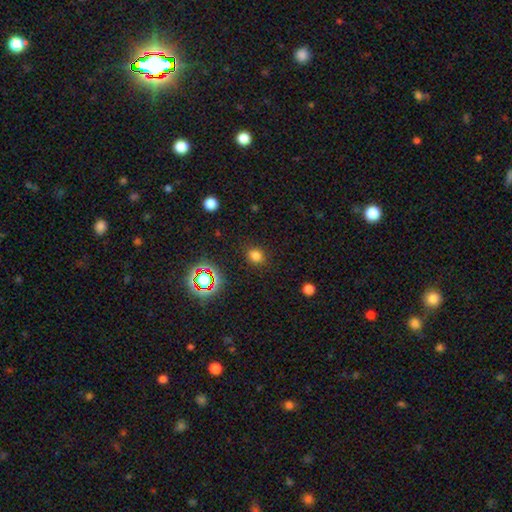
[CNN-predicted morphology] This is likely a smooth galaxy (75%). How rounded: likely round (67%). Merging: clearly none (85%).